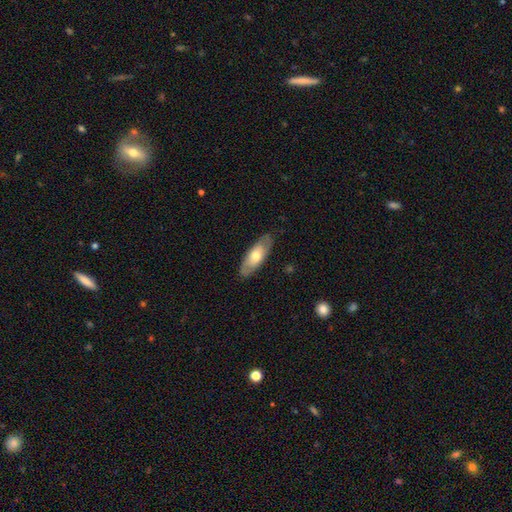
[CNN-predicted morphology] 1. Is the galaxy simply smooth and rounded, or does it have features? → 57% smooth, 38% featured or disk, 5% star or artifact.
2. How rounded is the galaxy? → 72% in between, 26% cigar-shaped, 2% round.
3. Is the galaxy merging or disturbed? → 83% none, 13% minor disturbance, 3% major disturbance, 1% merger.